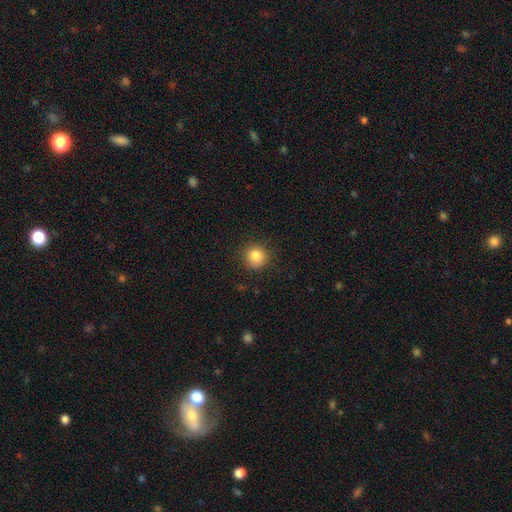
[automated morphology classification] smooth-or-featured: smooth: 84% | star or artifact: 11% | featured or disk: 5%
  how-rounded: round: 91% | in between: 8% | cigar-shaped: 1%
  merging: none: 87% | minor disturbance: 9% | major disturbance: 3% | merger: 1%